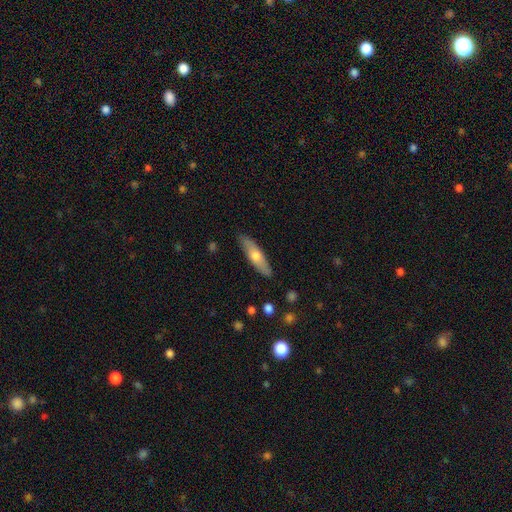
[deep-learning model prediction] Morphology: type=smooth (57%); roundness=cigar-shaped (63%); merging=none (87%).